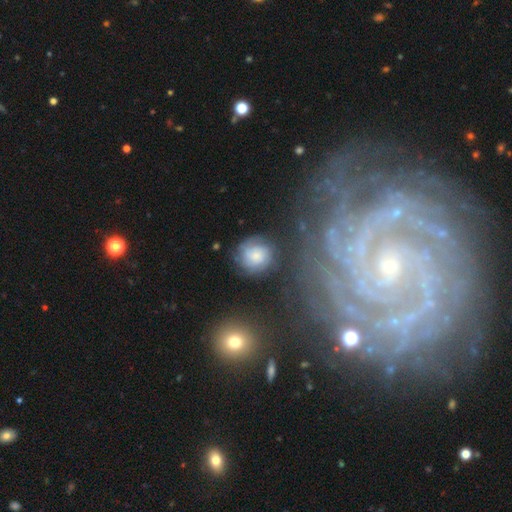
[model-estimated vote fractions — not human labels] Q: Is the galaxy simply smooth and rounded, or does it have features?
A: smooth — 45%.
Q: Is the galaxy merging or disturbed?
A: none — 66%.